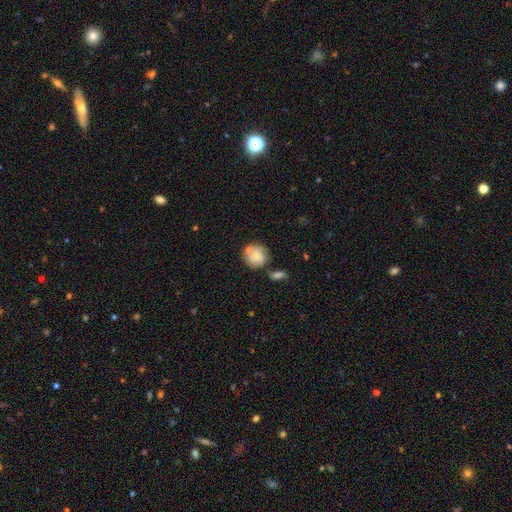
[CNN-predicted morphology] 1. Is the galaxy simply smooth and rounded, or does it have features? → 70% smooth, 23% featured or disk, 7% star or artifact.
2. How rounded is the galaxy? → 85% round, 14% in between, 1% cigar-shaped.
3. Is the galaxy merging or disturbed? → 57% none, 19% minor disturbance, 18% merger, 6% major disturbance.